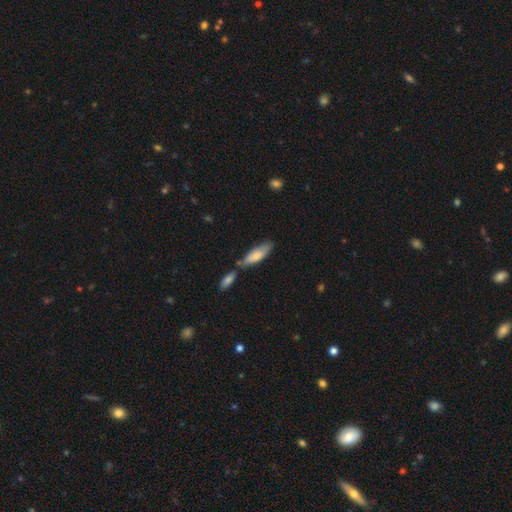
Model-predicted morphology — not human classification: The model was most divided on "how rounded": in between: 52%, cigar-shaped: 46%, round: 2%. More confident: smooth or featured — smooth (74%); merging — none (55%).